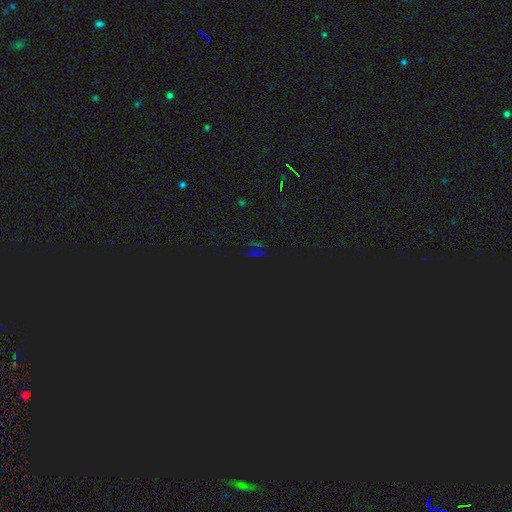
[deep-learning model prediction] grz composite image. It shows a star or artifact, not a galaxy (77%).